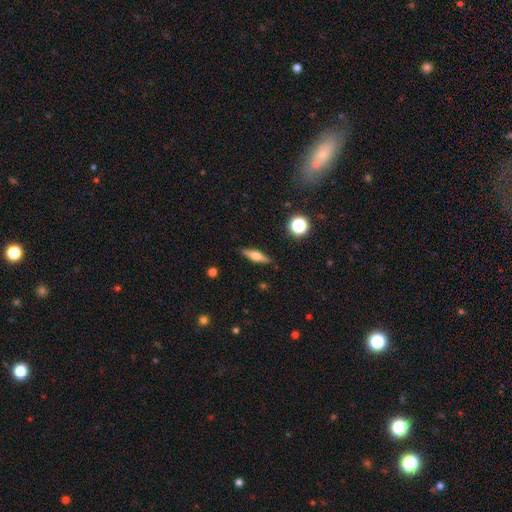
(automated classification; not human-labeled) Q: Smooth or featured?
A: featured or disk (52%); runner-up: smooth (40%)
Q: Edge-on disk?
A: yes (94%); runner-up: no (6%)
Q: Merging?
A: none (89%); runner-up: minor disturbance (8%)